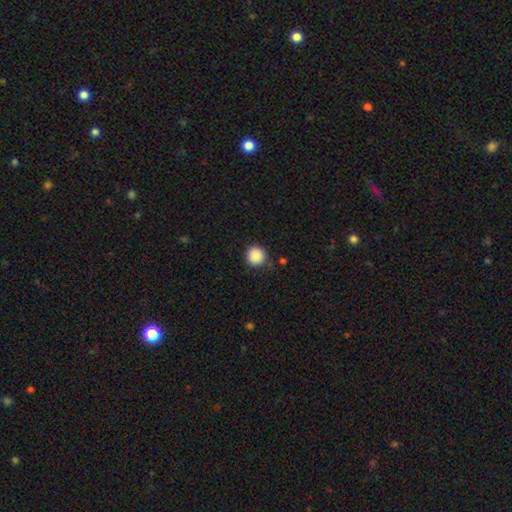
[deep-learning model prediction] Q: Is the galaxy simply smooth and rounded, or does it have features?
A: smooth — 88%.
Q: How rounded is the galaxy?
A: round — 94%.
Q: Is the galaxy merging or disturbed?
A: none — 84%.